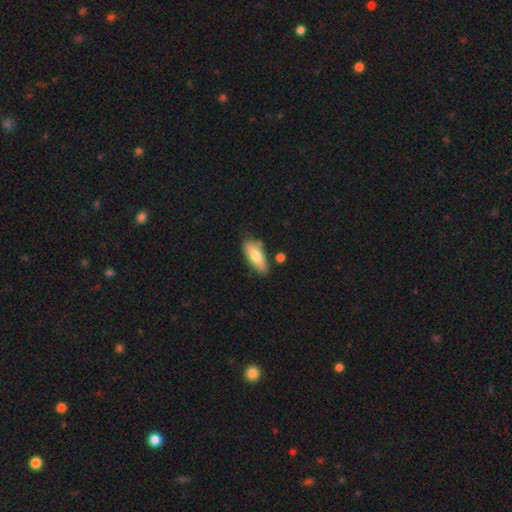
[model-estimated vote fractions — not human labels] A smooth galaxy with no disk features (76%) that is in between round and cigar-shaped (76%). Merging: none (73%).